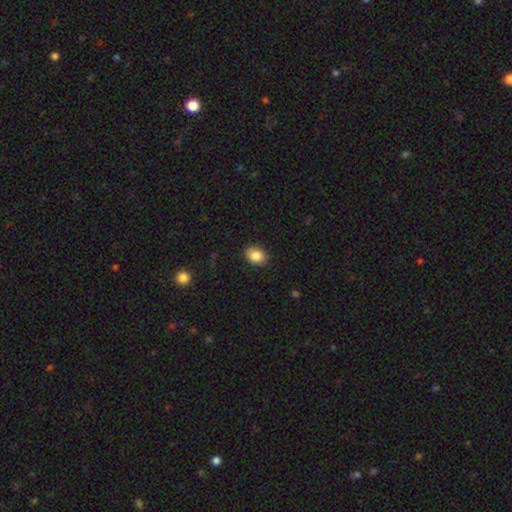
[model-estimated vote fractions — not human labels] This is clearly a smooth galaxy (87%). How rounded: likely in between (67%). Merging: clearly none (87%).